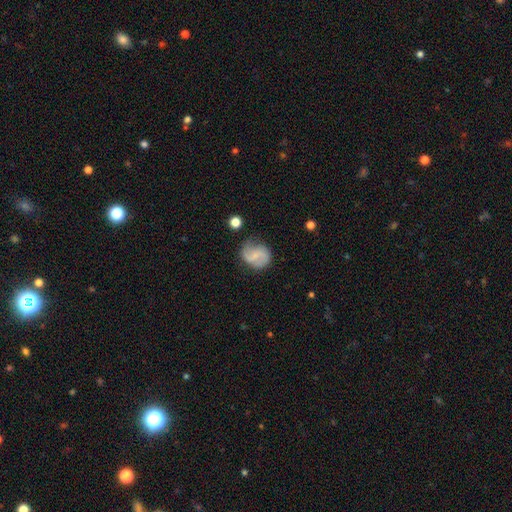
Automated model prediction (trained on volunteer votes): smooth-or-featured: featured or disk: 63% | smooth: 30% | star or artifact: 7%
  disk-edge-on: no: 98% | yes: 2%
    bar: weak: 45% | no: 43% | strong: 12%
    has-spiral-arms: yes: 91% | no: 9%
      spiral-winding: medium: 43% | loose: 41% | tight: 16%
      spiral-arm-count: 2: 85% | can't tell: 7% | 1: 4% | 3: 2% | 4: 1% | more than 4: 1%
    bulge-size: small: 56% | none: 28% | moderate: 15% | large: 1% | dominant: 1%
  merging: none: 67% | minor disturbance: 22% | major disturbance: 8% | merger: 3%